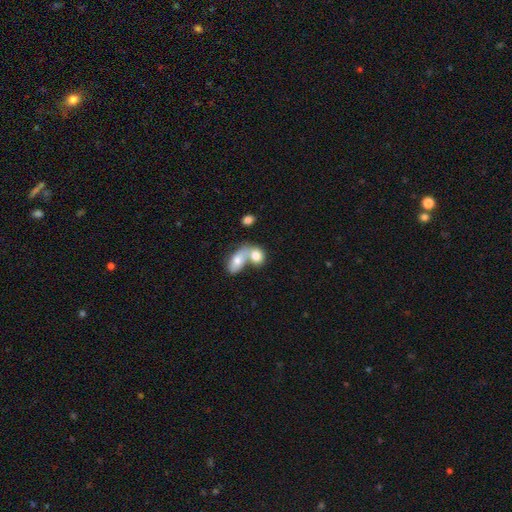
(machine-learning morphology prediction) smooth 78%, featured or disk 15%, star or artifact 7%. Down the decision tree: how rounded — in between (67%); merging — merger (69%).